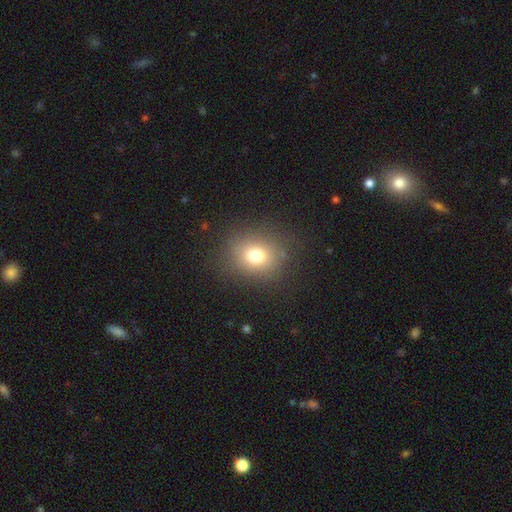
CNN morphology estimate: A smooth galaxy with no disk features (75%) that is round (68%). Merging: none (84%).